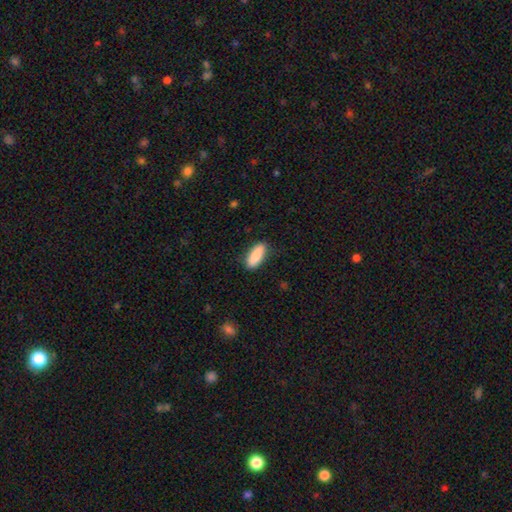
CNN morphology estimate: This appears to be a smooth galaxy with no disk features (88%) that is in between round and cigar-shaped (64%). Merging: none (82%).